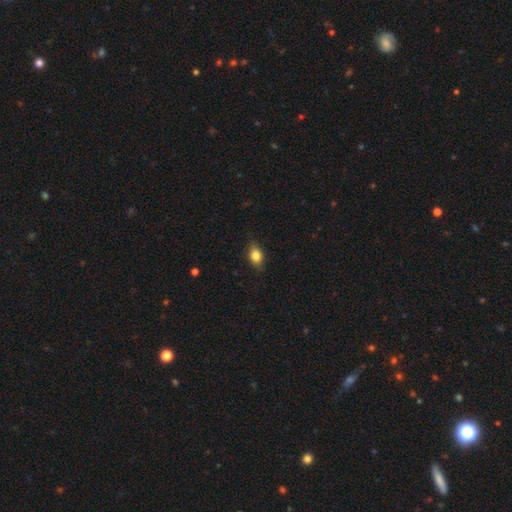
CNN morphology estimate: smooth_or_featured: smooth (p=0.80) [alt: featured or disk p=0.12]
how_rounded: in between (p=0.75) [alt: round p=0.22]
merging: none (p=0.81) [alt: minor disturbance p=0.15]